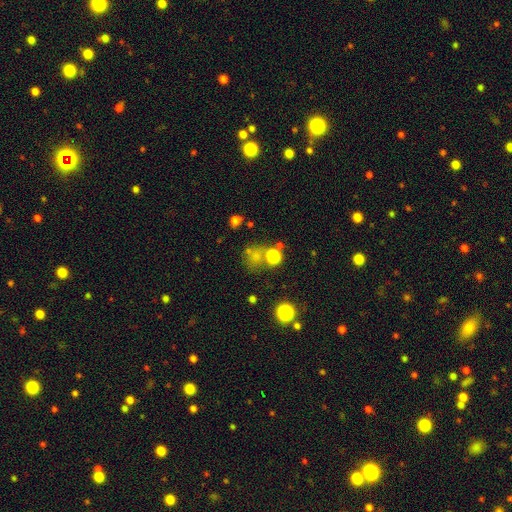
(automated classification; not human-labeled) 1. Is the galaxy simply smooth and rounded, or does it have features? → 63% smooth, 26% star or artifact, 11% featured or disk.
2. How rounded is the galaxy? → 79% round, 19% in between, 1% cigar-shaped.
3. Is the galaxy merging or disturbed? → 53% none, 24% merger, 13% minor disturbance, 11% major disturbance.